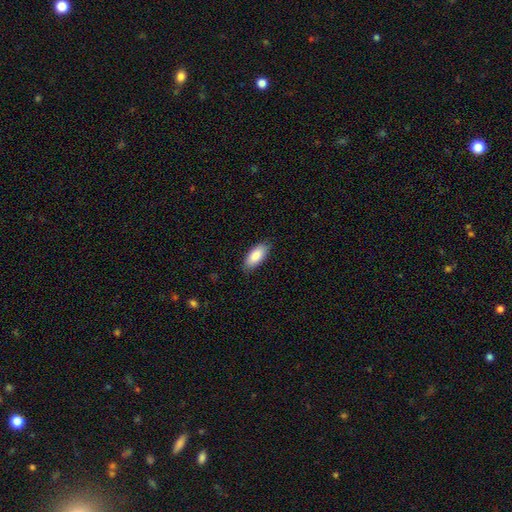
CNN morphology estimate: smooth_or_featured: smooth (p=0.87) [alt: featured or disk p=0.07]
how_rounded: in between (p=0.87) [alt: cigar-shaped p=0.12]
merging: none (p=0.85) [alt: minor disturbance p=0.12]